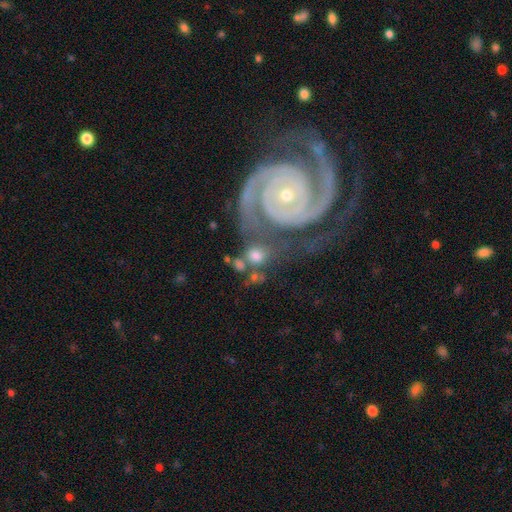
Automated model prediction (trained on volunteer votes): This appears to be a smooth galaxy with no disk features (49%). Merging: none (52%).